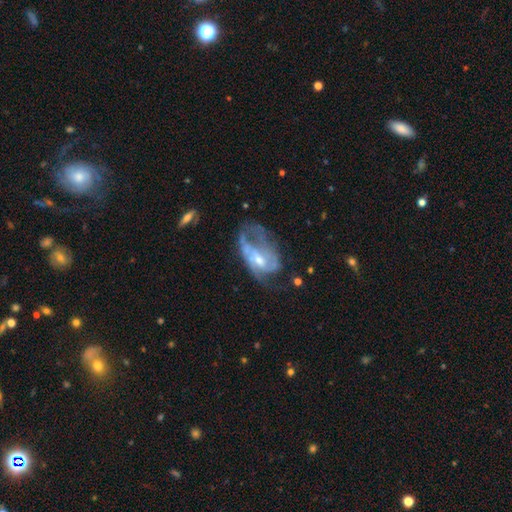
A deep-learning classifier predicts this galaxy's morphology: This appears to be a featured or disk galaxy (72%) with no bar (54%), spiral arms (68%) and a small central bulge (47%). Merging: major disturbance (38%).